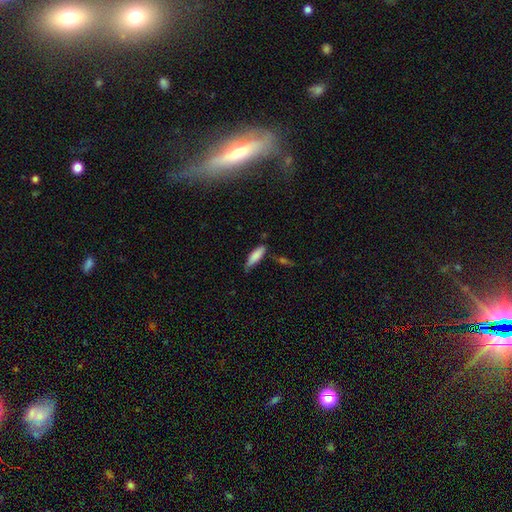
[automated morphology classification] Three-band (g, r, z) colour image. It shows a smooth galaxy with no disk features (83%) that is cigar-shaped (49%, tied with in between). Merging: none (57%).